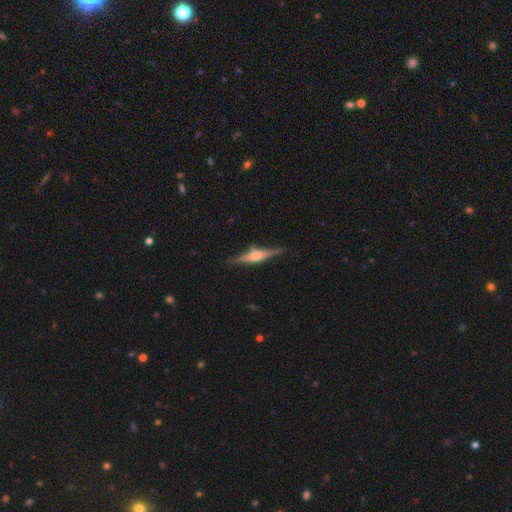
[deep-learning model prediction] This appears to be a featured or disk galaxy (75%) viewed edge-on (97%) with a rounded central bulge (80%). Merging: none (85%).